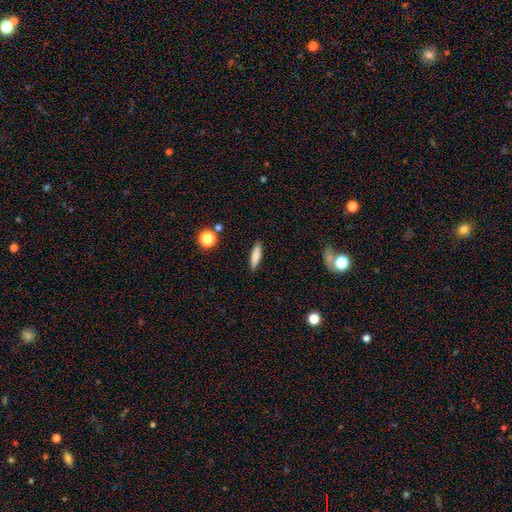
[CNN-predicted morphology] smooth-or-featured: smooth: 81% | featured or disk: 11% | star or artifact: 7%
  how-rounded: cigar-shaped: 73% | in between: 25% | round: 2%
  merging: none: 89% | minor disturbance: 8% | major disturbance: 2% | merger: 2%